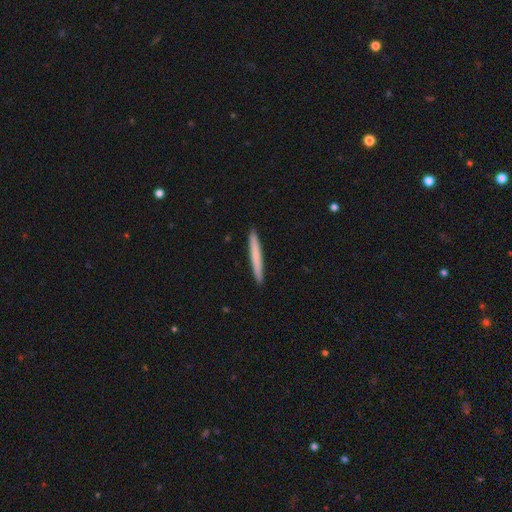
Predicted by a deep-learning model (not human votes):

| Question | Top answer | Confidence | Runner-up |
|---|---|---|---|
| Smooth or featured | smooth | 68% | featured or disk (26%) |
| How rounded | cigar-shaped | 97% | in between (2%) |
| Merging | none | 93% | minor disturbance (5%) |